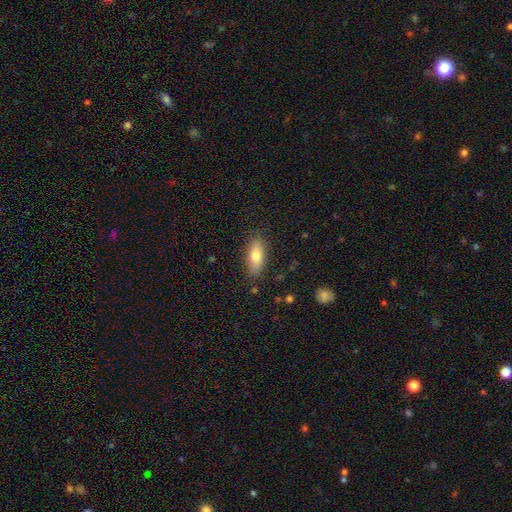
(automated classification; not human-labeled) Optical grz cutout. It shows a smooth galaxy with no disk features (75%) that is in between round and cigar-shaped (75%). Merging: none (83%).